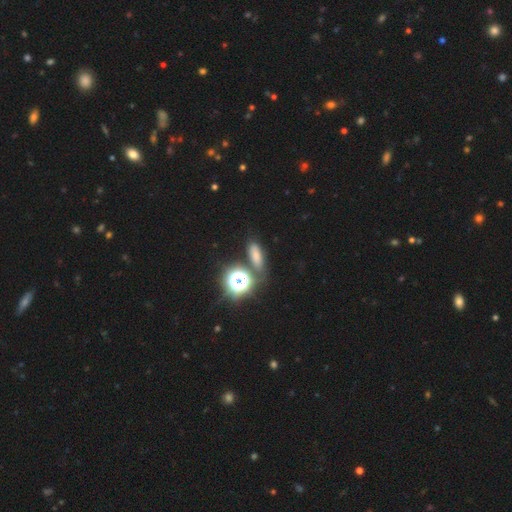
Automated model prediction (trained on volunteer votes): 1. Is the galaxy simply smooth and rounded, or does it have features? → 62% smooth, 29% star or artifact, 9% featured or disk.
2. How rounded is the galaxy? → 57% in between, 24% round, 18% cigar-shaped.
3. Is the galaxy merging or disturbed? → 74% none, 12% minor disturbance, 10% merger, 5% major disturbance.